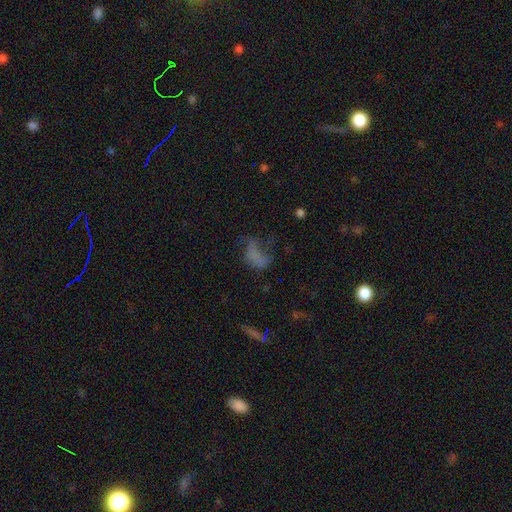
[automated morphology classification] smooth_or_featured: smooth (p=0.47) [alt: featured or disk p=0.31]
merging: major disturbance (p=0.43) [alt: none p=0.31]